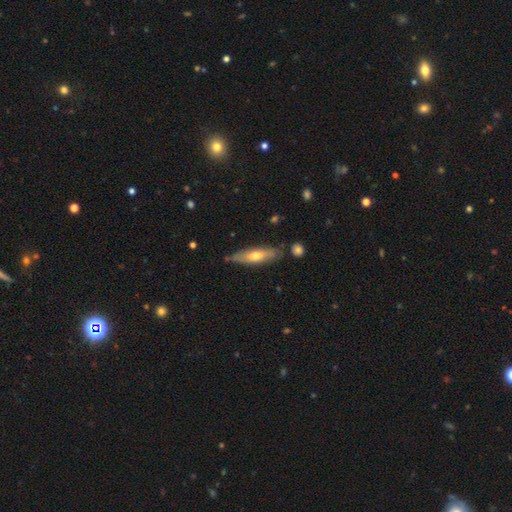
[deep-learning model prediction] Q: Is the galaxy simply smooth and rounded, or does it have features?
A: smooth — 54%.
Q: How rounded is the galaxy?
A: cigar-shaped — 68%.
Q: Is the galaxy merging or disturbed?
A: none — 77%.